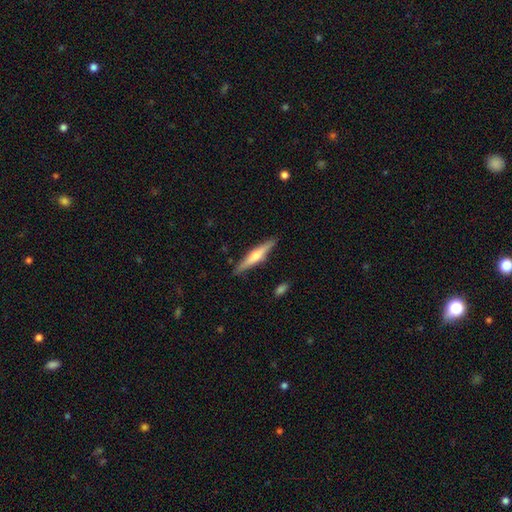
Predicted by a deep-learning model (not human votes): This appears to be a featured or disk galaxy (60%) viewed edge-on (96%) with a rounded central bulge (87%). Merging: none (89%).